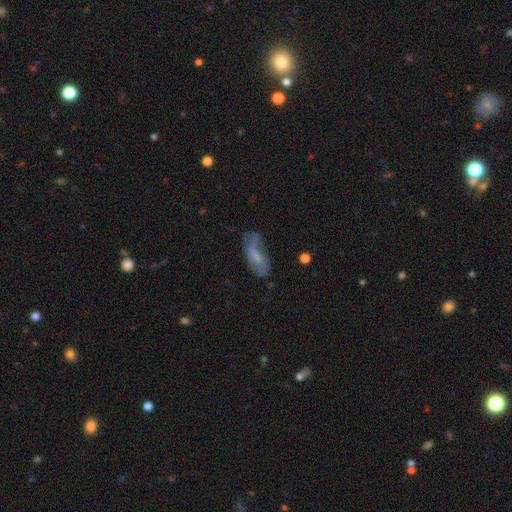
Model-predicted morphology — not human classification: Q: Smooth or featured?
A: smooth (48%); runner-up: featured or disk (43%)
Q: Merging?
A: none (44%); runner-up: minor disturbance (31%)